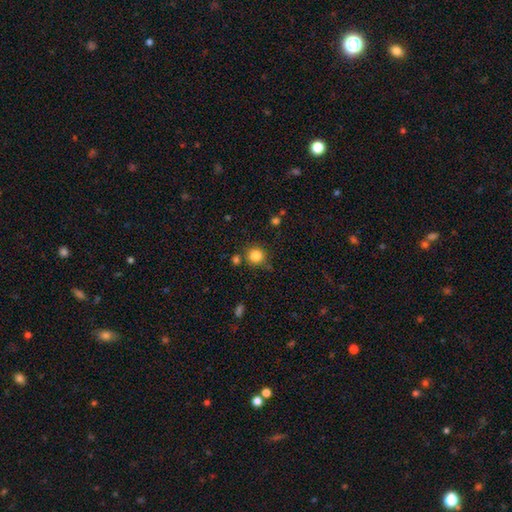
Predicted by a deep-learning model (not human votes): Overall: smooth (84%). How rounded: round (92%). Merging: none (80%).